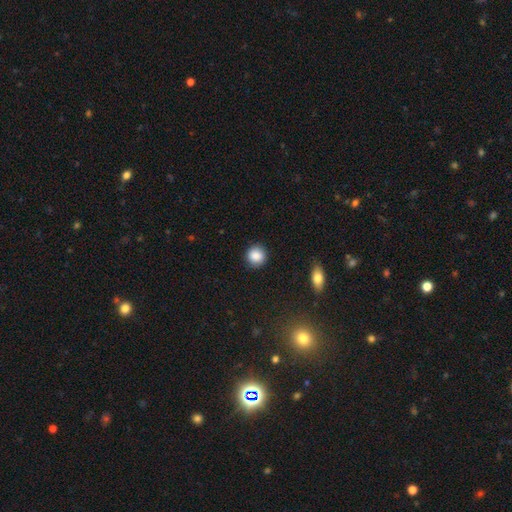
Smooth or featured?
  - smooth: 92% *
  - star or artifact: 5%
  - featured or disk: 3%
How rounded?
  - round: 94% *
  - in between: 6%
  - cigar-shaped: 0%
Merging?
  - none: 97% *
  - minor disturbance: 3%
  - major disturbance: 0%
  - merger: 0%